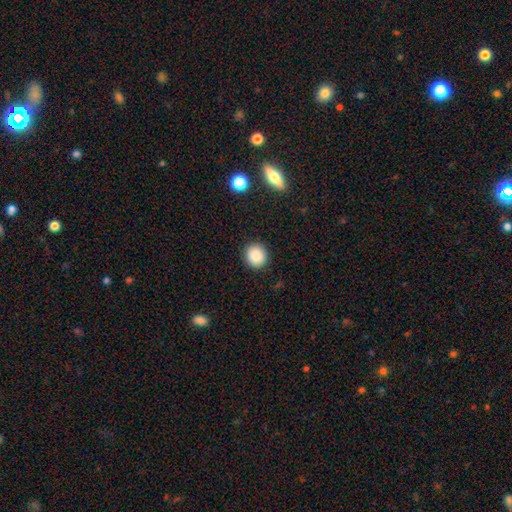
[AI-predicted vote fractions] This appears to be a smooth galaxy with no disk features (87%) that is round (89%). Merging: none (91%).